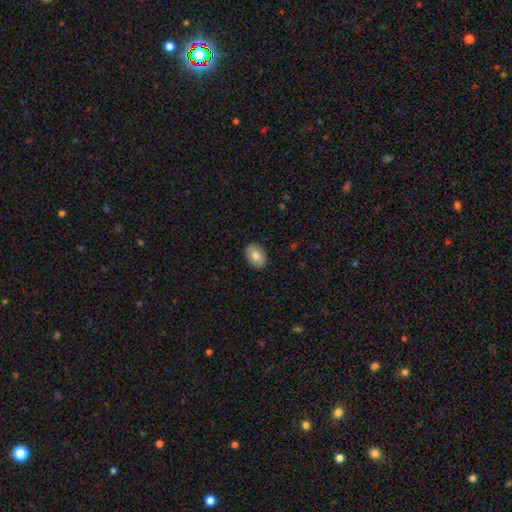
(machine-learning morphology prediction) This appears to be a smooth galaxy with no disk features (78%) that is in between round and cigar-shaped (82%). Merging: none (89%).